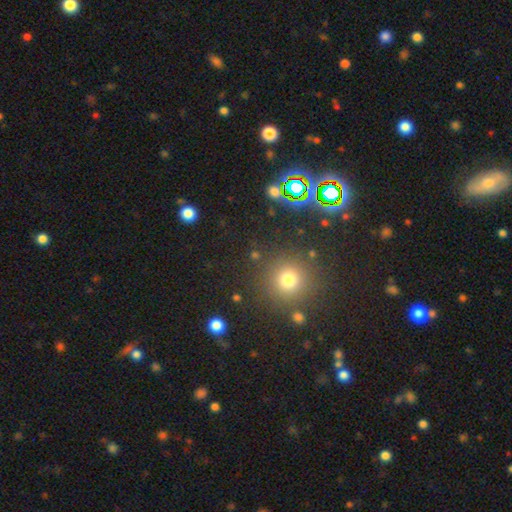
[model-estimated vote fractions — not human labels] smooth-or-featured: smooth: 50% | star or artifact: 42% | featured or disk: 8%
  merging: none: 85% | minor disturbance: 7% | merger: 4% | major disturbance: 4%